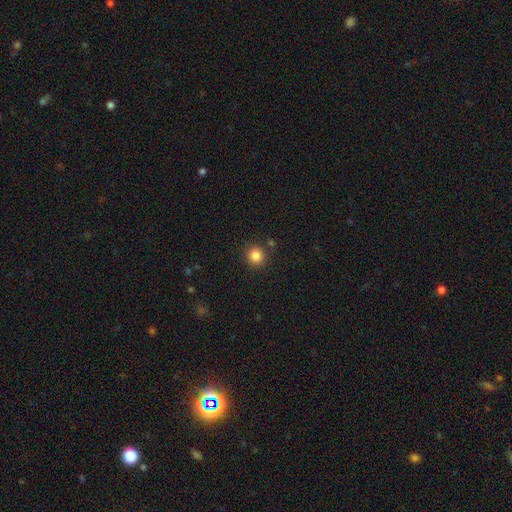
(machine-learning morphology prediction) Smooth or featured: smooth — 84% (star or artifact — 12%)
How rounded: round — 91% (in between — 8%)
Merging: none — 87% (minor disturbance — 7%)